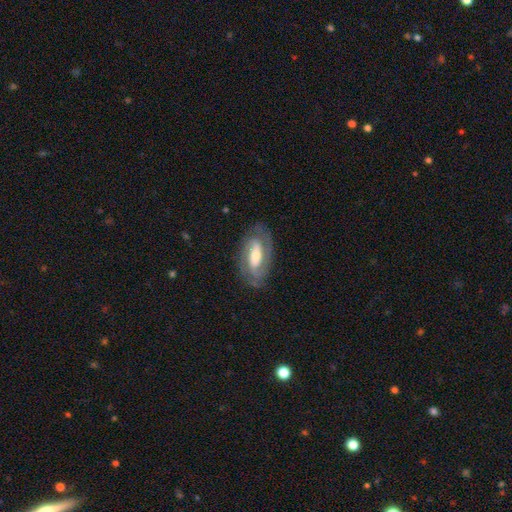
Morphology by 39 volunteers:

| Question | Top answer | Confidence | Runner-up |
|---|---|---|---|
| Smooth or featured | featured or disk | 90% | smooth (10%) |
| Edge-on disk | no | 91% | yes (9%) |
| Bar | strong | 38% | no (34%) |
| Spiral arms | yes | 91% | no (9%) |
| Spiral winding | tight | 66% | medium (21%) |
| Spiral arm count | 2 | 79% | can't tell (21%) |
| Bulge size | moderate | 72% | small (19%) |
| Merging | none | 92% | minor disturbance (5%) |